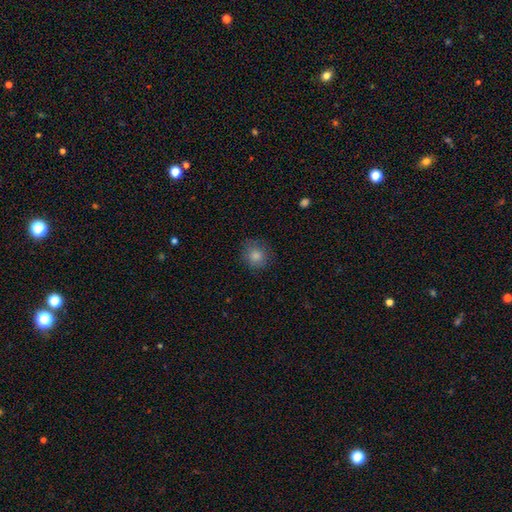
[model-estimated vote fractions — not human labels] smooth-or-featured: smooth: 84% | star or artifact: 10% | featured or disk: 6%
  how-rounded: round: 85% | in between: 14% | cigar-shaped: 1%
  merging: none: 83% | minor disturbance: 12% | major disturbance: 3% | merger: 1%